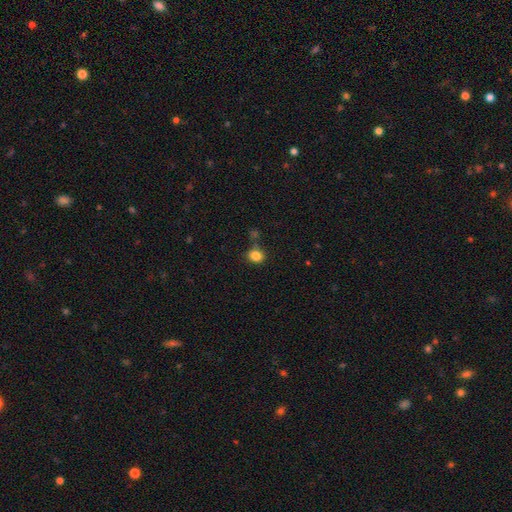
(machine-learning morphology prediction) smooth-or-featured: smooth: 84% | star or artifact: 11% | featured or disk: 5%
  how-rounded: round: 61% | in between: 38% | cigar-shaped: 1%
  merging: none: 68% | minor disturbance: 16% | merger: 11% | major disturbance: 5%